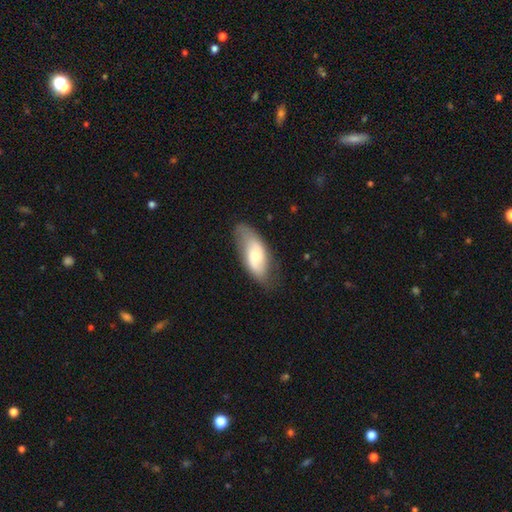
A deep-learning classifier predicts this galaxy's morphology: Smooth or featured: smooth — 48% (featured or disk — 46%)
Merging: none — 67% (minor disturbance — 24%)